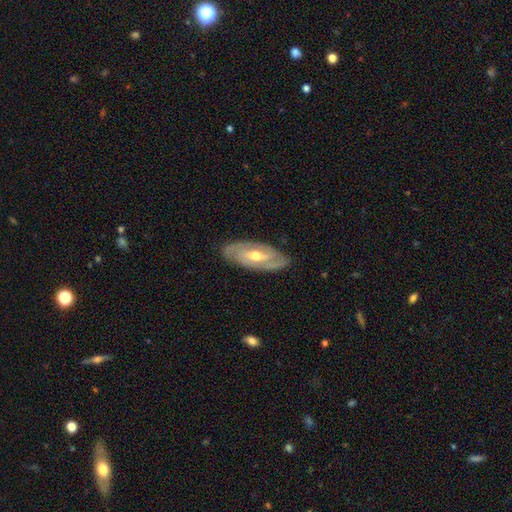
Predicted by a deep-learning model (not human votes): This is likely a featured or disk galaxy (79%). It is clearly not viewed edge-on (88%). Bar: marginally weak (42%). Spiral arm pattern: clearly yes (85%). Spiral arm count: likely 2 (65%). Spiral winding: possibly tight (54%). Central bulge: likely moderate (66%). Merging: clearly none (84%).